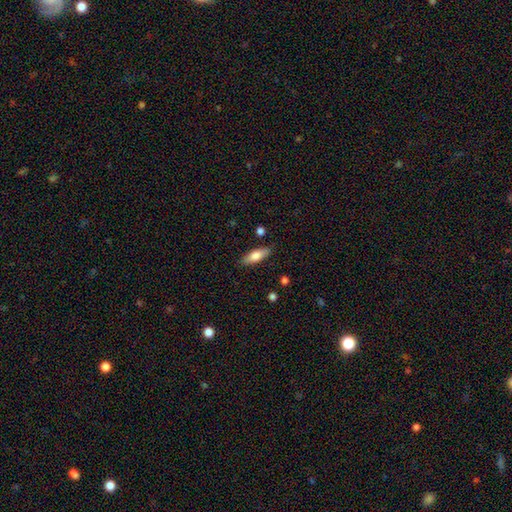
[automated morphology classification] Smooth or featured?
  - smooth: 74% *
  - featured or disk: 20%
  - star or artifact: 6%
How rounded?
  - in between: 61% *
  - cigar-shaped: 37%
  - round: 2%
Merging?
  - none: 85% *
  - minor disturbance: 11%
  - major disturbance: 2%
  - merger: 2%